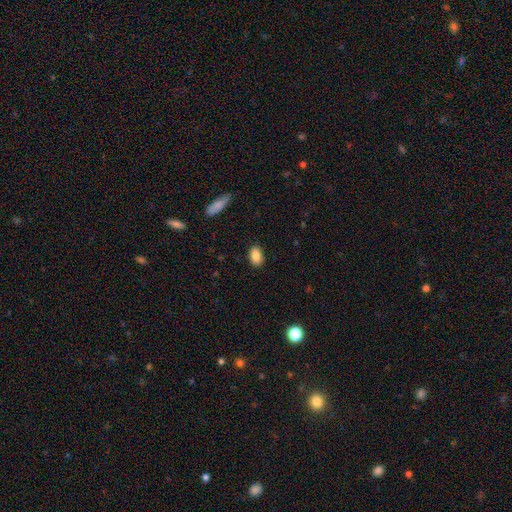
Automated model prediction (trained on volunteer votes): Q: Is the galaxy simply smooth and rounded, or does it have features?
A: smooth — 87%.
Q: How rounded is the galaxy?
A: in between — 88%.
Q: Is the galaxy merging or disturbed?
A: none — 87%.